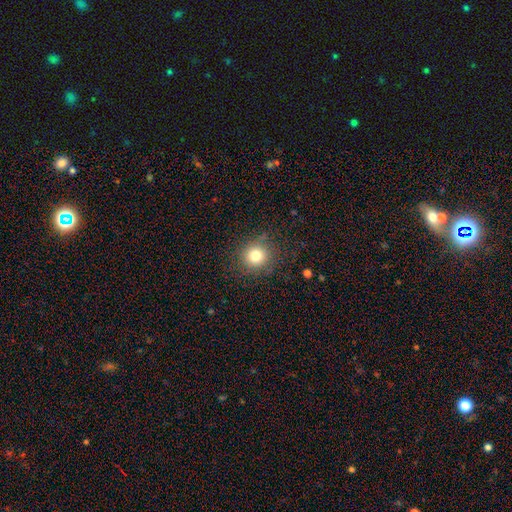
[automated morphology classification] Smooth or featured?
  - smooth: 79% *
  - star or artifact: 13%
  - featured or disk: 8%
How rounded?
  - round: 89% *
  - in between: 10%
  - cigar-shaped: 1%
Merging?
  - none: 84% *
  - minor disturbance: 10%
  - major disturbance: 4%
  - merger: 1%